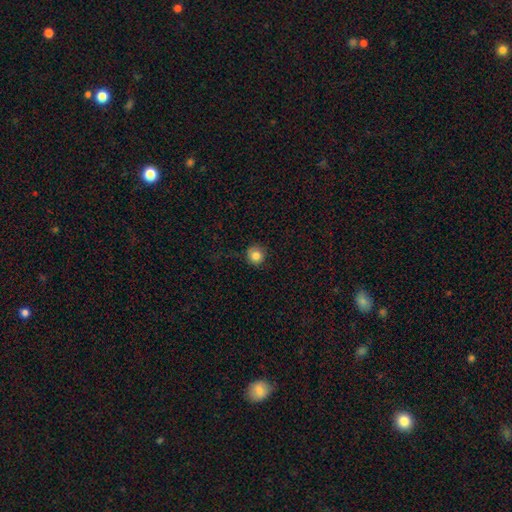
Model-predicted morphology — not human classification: This is clearly a smooth galaxy (84%). How rounded: clearly round (92%). Merging: clearly none (81%).